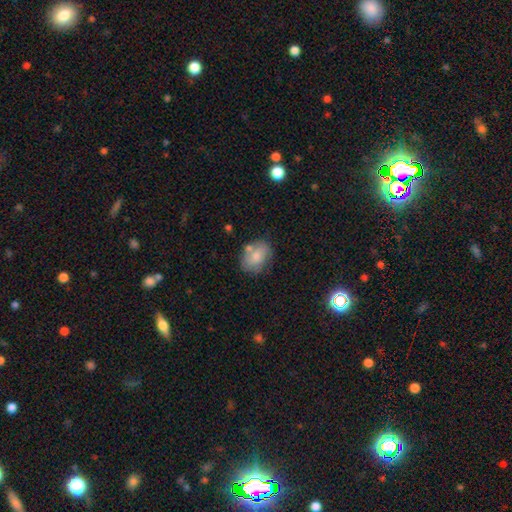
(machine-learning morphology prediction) smooth_or_featured: smooth (p=0.74) [alt: featured or disk p=0.19]
how_rounded: in between (p=0.73) [alt: round p=0.26]
merging: none (p=0.62) [alt: minor disturbance p=0.21]